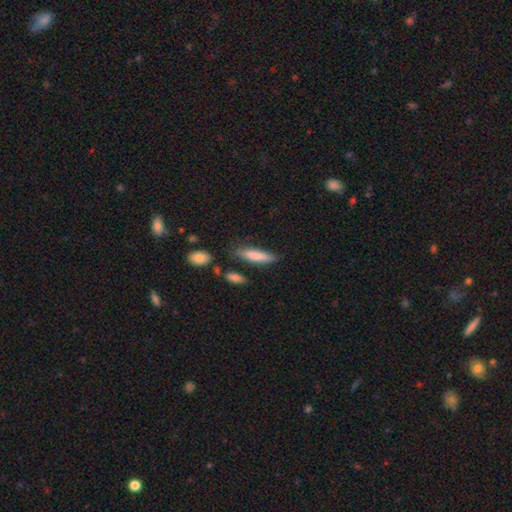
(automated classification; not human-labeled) This appears to be a smooth galaxy with no disk features (80%) that is cigar-shaped (74%). Merging: none (76%).